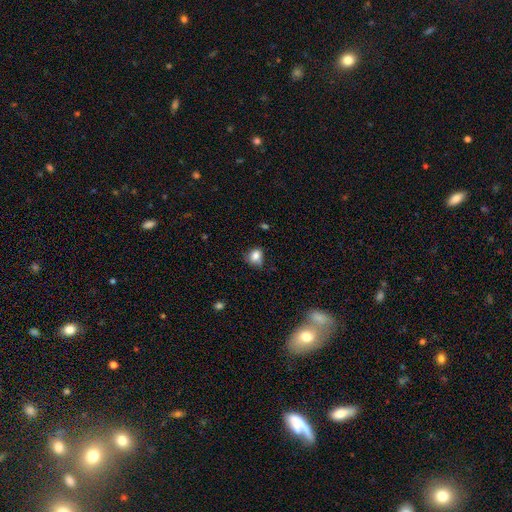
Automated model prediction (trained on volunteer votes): Smooth or featured? Predicted: smooth (p=0.81). How rounded? Predicted: round (p=0.62). Merging? Predicted: none (p=0.55).